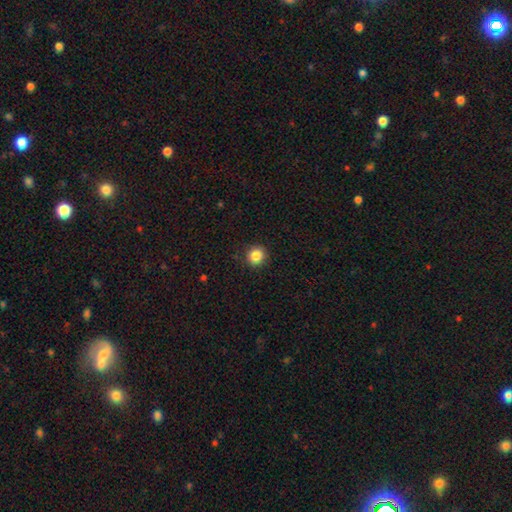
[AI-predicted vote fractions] Smooth or featured? Predicted: smooth (p=0.86). How rounded? Predicted: round (p=0.92). Merging? Predicted: none (p=0.90).